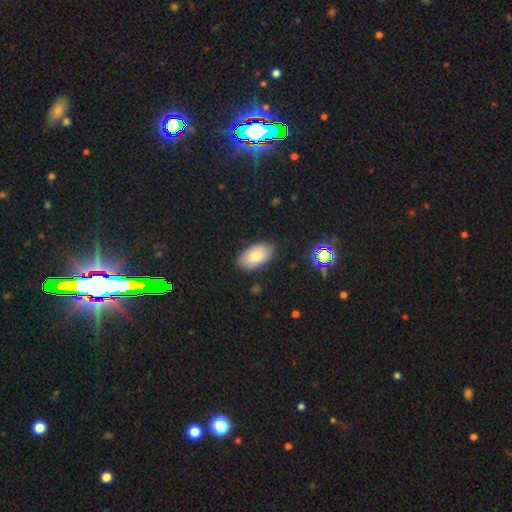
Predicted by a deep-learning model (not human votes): Smooth or featured?
  - smooth: 79% *
  - featured or disk: 14%
  - star or artifact: 8%
How rounded?
  - in between: 94% *
  - round: 5%
  - cigar-shaped: 1%
Merging?
  - none: 85% *
  - minor disturbance: 12%
  - major disturbance: 2%
  - merger: 1%